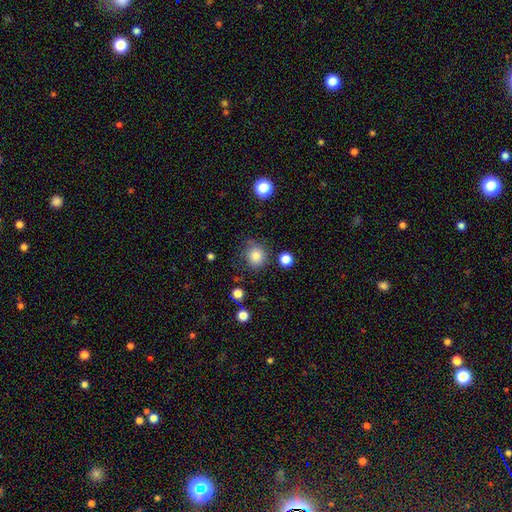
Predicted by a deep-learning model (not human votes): The model was most divided on "merging": none: 72%, minor disturbance: 18%, major disturbance: 5%, merger: 4%. More confident: smooth or featured — smooth (83%); how rounded — round (81%).